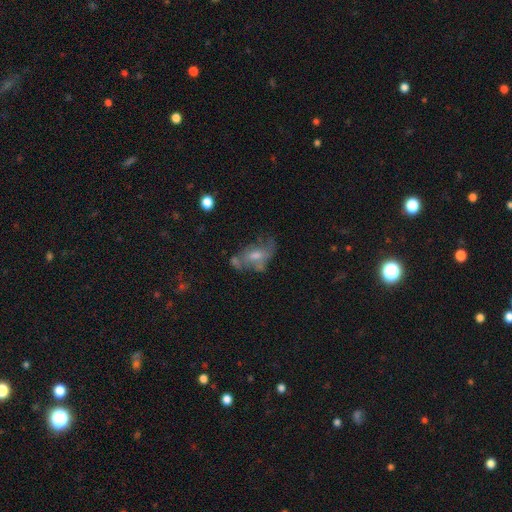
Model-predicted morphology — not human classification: A featured or disk galaxy (55%) with no bar (63%), no spiral arms (51%) and a moderate central bulge (53%). Merging: none (39%).